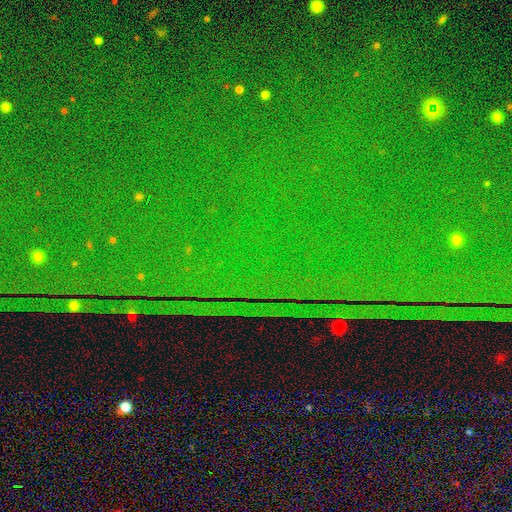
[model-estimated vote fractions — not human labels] smooth-or-featured: star or artifact: 87% | smooth: 6% | featured or disk: 6%